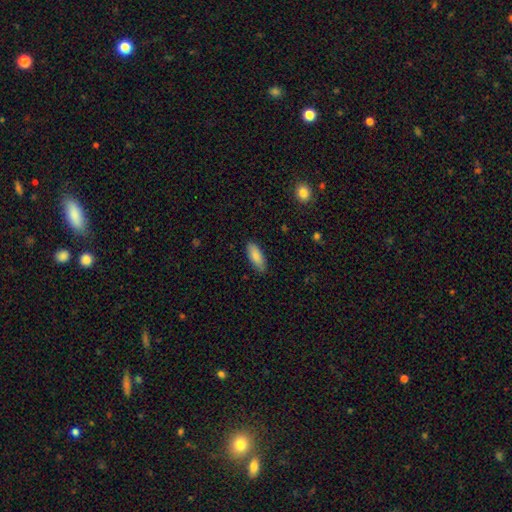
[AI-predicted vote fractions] Smooth or featured? Predicted: smooth (p=0.86). How rounded? Predicted: in between (p=0.79). Merging? Predicted: none (p=0.85).